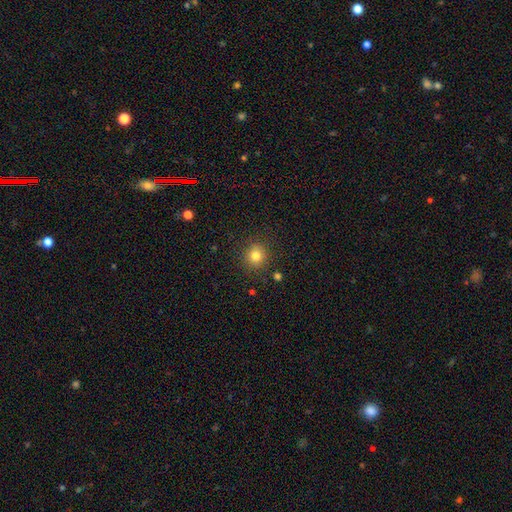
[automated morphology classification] smooth-or-featured: smooth: 81% | star or artifact: 13% | featured or disk: 7%
  how-rounded: round: 90% | in between: 9% | cigar-shaped: 1%
  merging: none: 88% | minor disturbance: 7% | major disturbance: 3% | merger: 2%